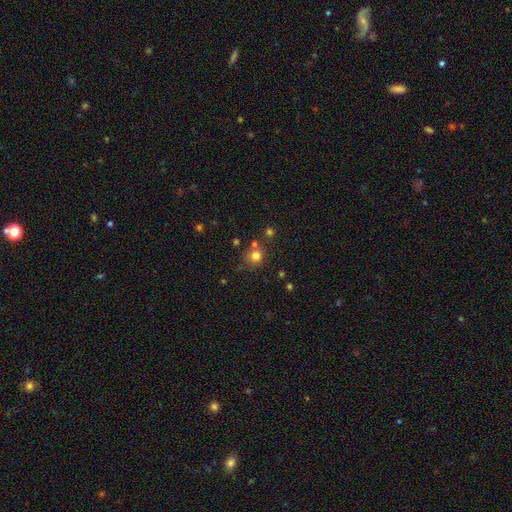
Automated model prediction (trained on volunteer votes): A smooth galaxy with no disk features (76%) that is round (89%).

Vote fractions:
- Smooth or featured? smooth: 76% / star or artifact: 16% / featured or disk: 8%
- How rounded? round: 89% / in between: 10% / cigar-shaped: 1%
- Merging? none: 67% / merger: 17% / minor disturbance: 11% / major disturbance: 5%